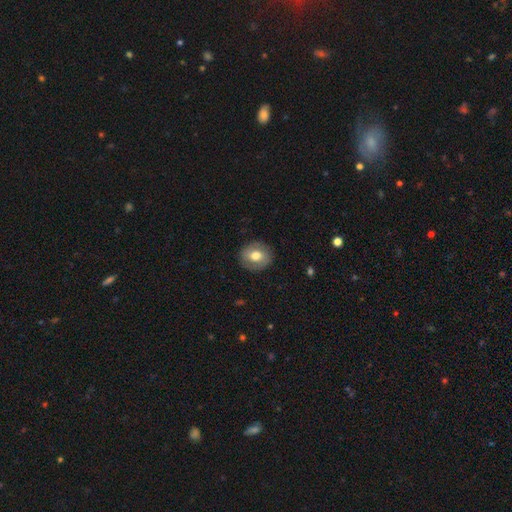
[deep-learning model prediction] Smooth or featured? Predicted: smooth (p=0.63). How rounded? Predicted: round (p=0.74). Merging? Predicted: none (p=0.86).